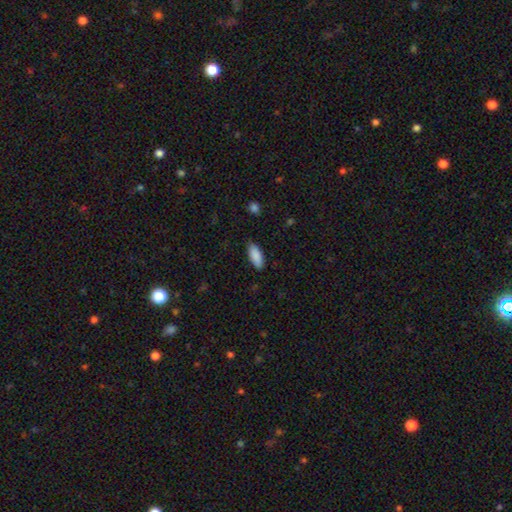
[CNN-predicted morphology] Overall: smooth (89%). How rounded: in between (83%). Merging: none (84%).